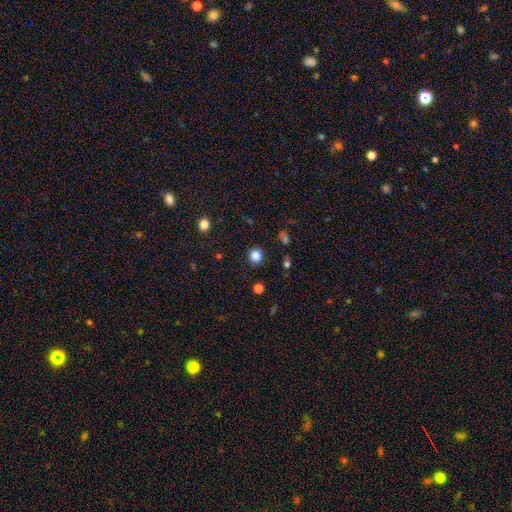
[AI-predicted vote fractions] The model was most divided on "smooth or featured": smooth: 83%, star or artifact: 13%, featured or disk: 4%. More confident: merging — none (90%); how rounded — round (88%).